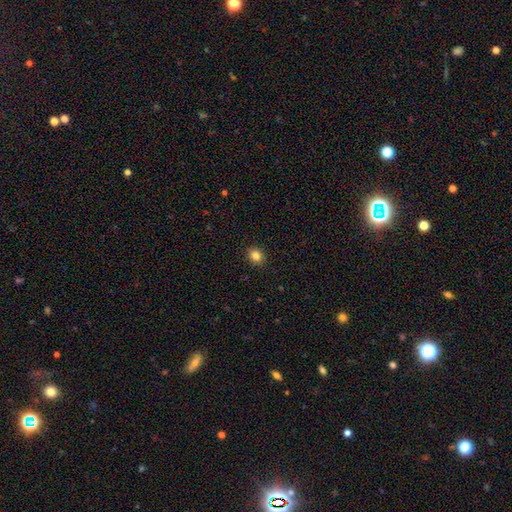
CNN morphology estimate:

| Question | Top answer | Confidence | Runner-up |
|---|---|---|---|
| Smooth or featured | smooth | 84% | star or artifact (11%) |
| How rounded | round | 71% | in between (28%) |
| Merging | none | 92% | minor disturbance (6%) |